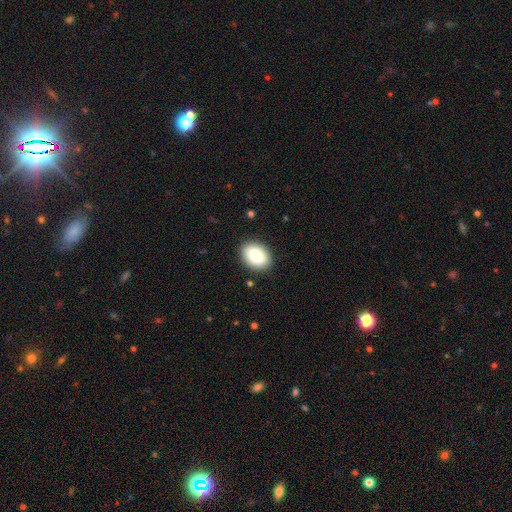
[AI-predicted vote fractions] Q: Smooth or featured?
A: smooth (83%); runner-up: featured or disk (9%)
Q: How rounded?
A: in between (79%); runner-up: round (19%)
Q: Merging?
A: none (88%); runner-up: minor disturbance (9%)